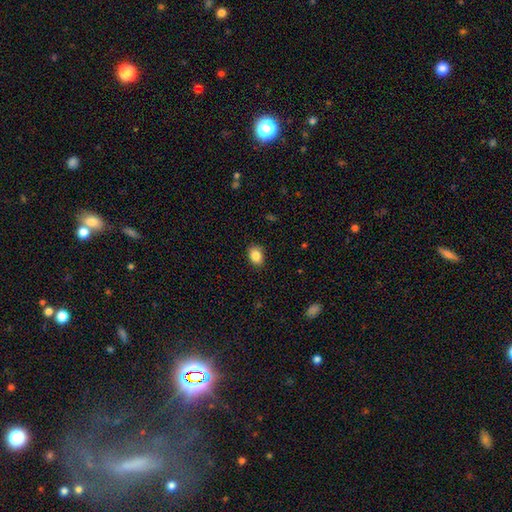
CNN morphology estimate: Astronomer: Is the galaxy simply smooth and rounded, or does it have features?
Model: smooth — 87%.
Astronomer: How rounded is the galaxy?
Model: in between — 74%.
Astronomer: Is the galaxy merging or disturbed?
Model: none — 87%.